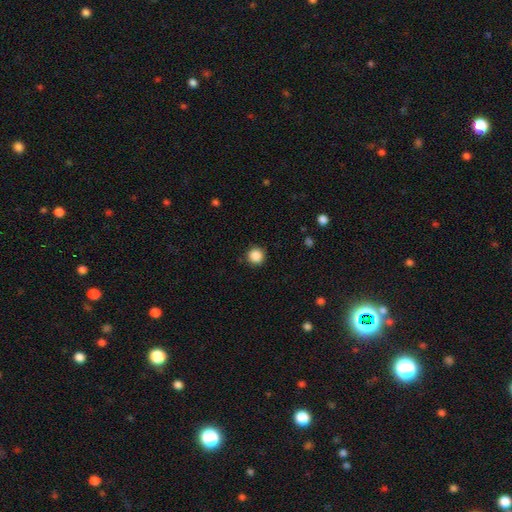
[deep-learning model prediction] A smooth galaxy with no disk features (88%) that is round (95%). Merging: none (91%).